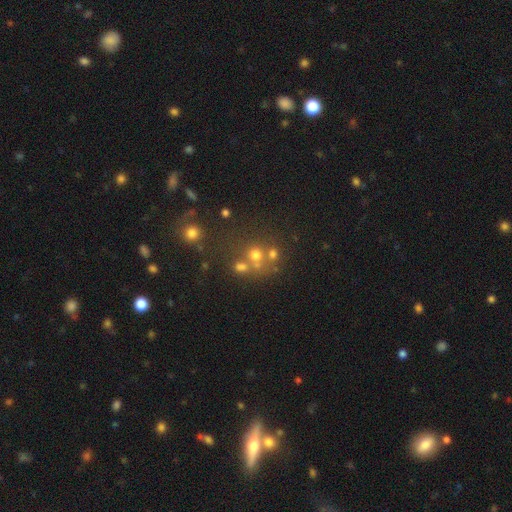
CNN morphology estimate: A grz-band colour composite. It shows a smooth galaxy with no disk features (59%) that is round (82%). Merging: none (51%).